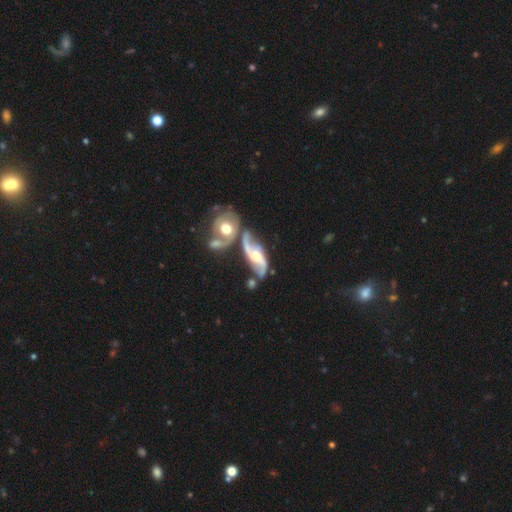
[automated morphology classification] A featured or disk galaxy (86%) with no bar (46%), 2 (92%) loose (65%) spiral arms (96%) and a moderate central bulge (44%).

Vote fractions:
- Smooth or featured? featured or disk: 86% / smooth: 9% / star or artifact: 5%
- Edge-on disk? no: 94% / yes: 6%
- Bar? no: 46% / weak: 40% / strong: 13%
- Spiral arms? yes: 96% / no: 4%
- Spiral winding? loose: 65% / medium: 28% / tight: 7%
- Spiral arm count? 2: 92% / can't tell: 3% / 1: 2% / 3: 1% / 4: 1% / more than 4: 1%
- Bulge size? moderate: 44% / small: 26% / large: 16% / none: 12% / dominant: 2%
- Merging? none: 40% / merger: 34% / minor disturbance: 15% / major disturbance: 10%